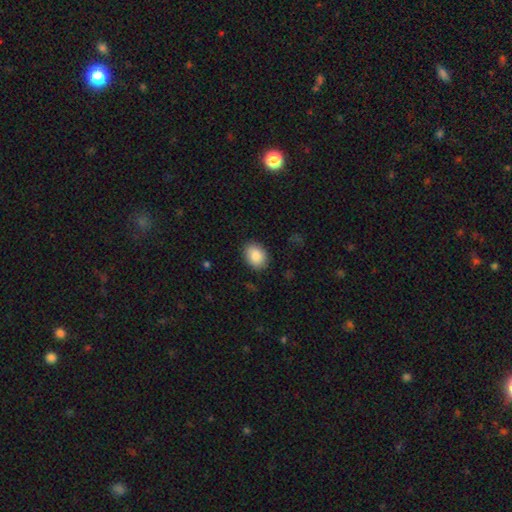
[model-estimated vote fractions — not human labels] This appears to be a smooth galaxy with no disk features (88%) that is in between round and cigar-shaped (66%). Merging: none (87%).